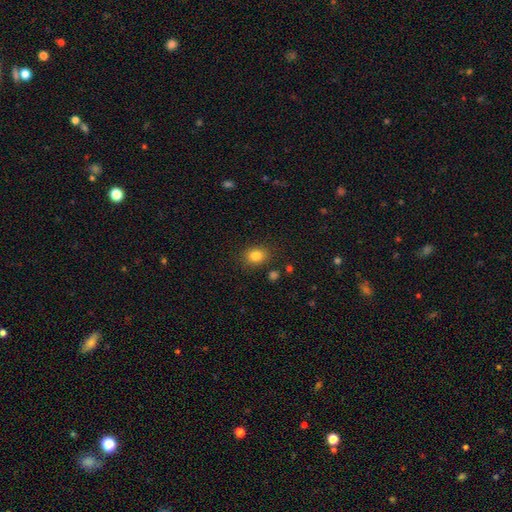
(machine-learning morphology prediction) Smooth or featured?
  - smooth: 84% *
  - star or artifact: 11%
  - featured or disk: 6%
How rounded?
  - round: 51% *
  - in between: 48%
  - cigar-shaped: 1%
Merging?
  - none: 84% *
  - minor disturbance: 10%
  - major disturbance: 3%
  - merger: 3%